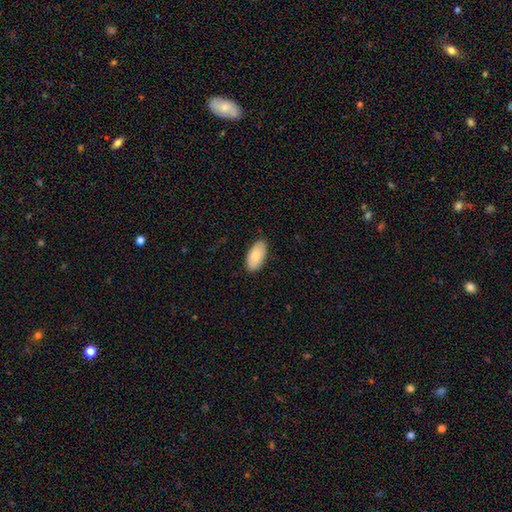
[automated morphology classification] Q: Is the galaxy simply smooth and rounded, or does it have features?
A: smooth — 81%.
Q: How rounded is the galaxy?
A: in between — 94%.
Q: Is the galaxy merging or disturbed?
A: none — 87%.